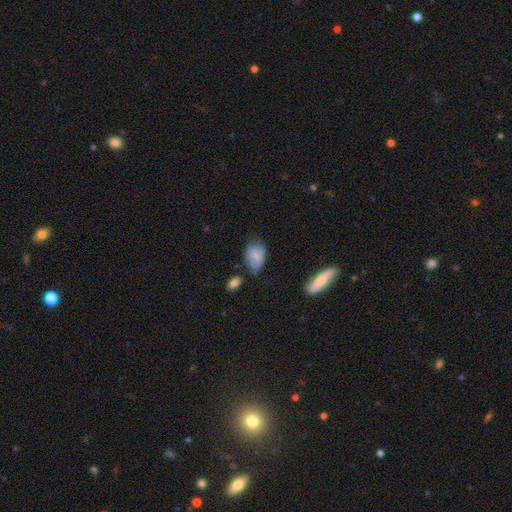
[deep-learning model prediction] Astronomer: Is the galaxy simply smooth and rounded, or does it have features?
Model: smooth — 74%.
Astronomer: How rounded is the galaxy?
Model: in between — 87%.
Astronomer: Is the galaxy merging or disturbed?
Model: none — 47% (runner-up: minor disturbance, 37%).